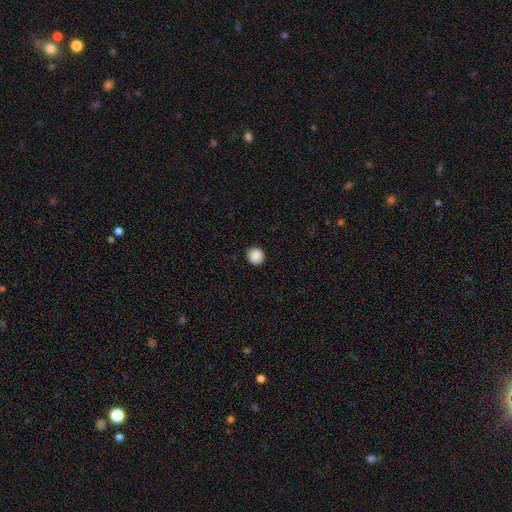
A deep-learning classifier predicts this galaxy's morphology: A smooth galaxy with no disk features (89%) that is round (96%). Merging: none (93%).